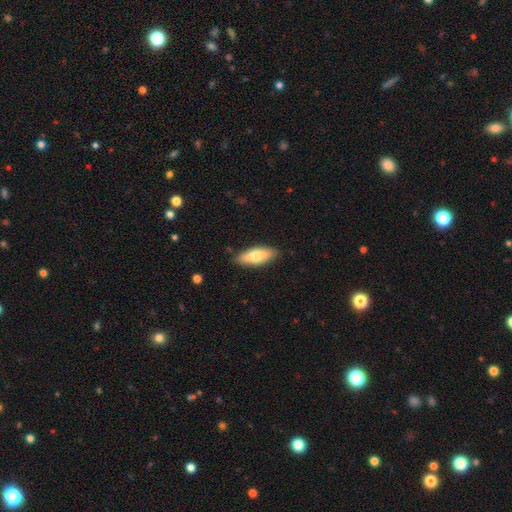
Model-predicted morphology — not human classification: Smooth or featured? smooth (76%)
How rounded? in between (72%)
Merging? none (86%)